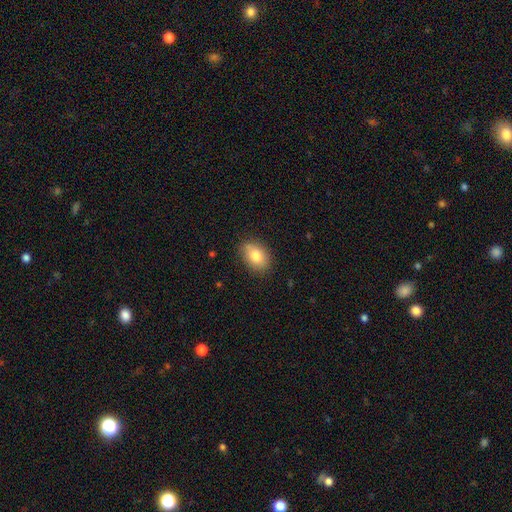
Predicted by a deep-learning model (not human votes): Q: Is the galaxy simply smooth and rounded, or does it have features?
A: smooth — 80%.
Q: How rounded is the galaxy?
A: in between — 78%.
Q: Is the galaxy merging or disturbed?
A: none — 80%.